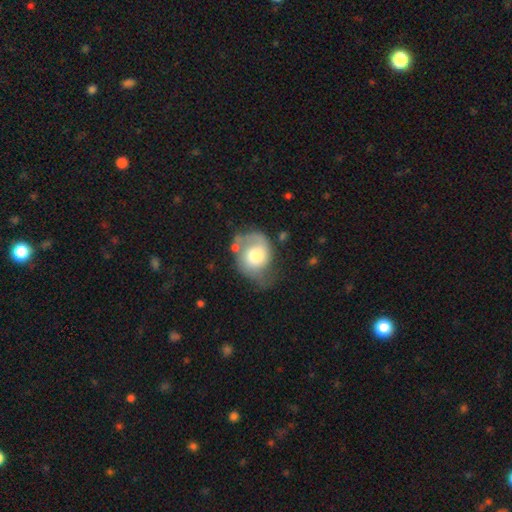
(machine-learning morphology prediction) Smooth or featured: featured or disk — 53% (smooth — 41%)
Edge-on disk: no — 97% (yes — 3%)
Bar: no — 76% (weak — 21%)
Spiral arms: yes — 76% (no — 24%)
Bulge size: moderate — 59% (large — 26%)
Merging: none — 40% (minor disturbance — 31%)